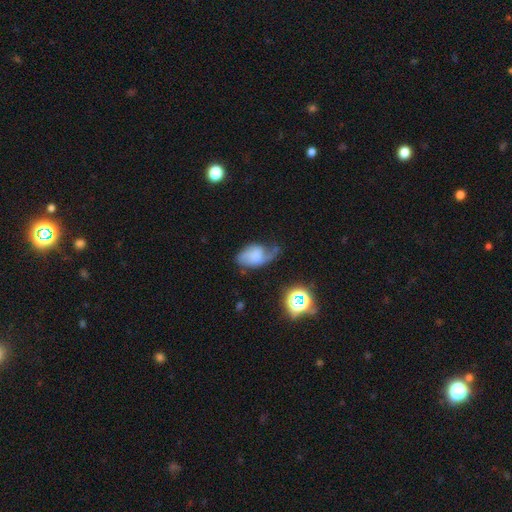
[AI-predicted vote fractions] Smooth or featured?
  - smooth: 46% *
  - featured or disk: 42%
  - star or artifact: 12%
Merging?
  - minor disturbance: 35% *
  - major disturbance: 30%
  - none: 30%
  - merger: 5%